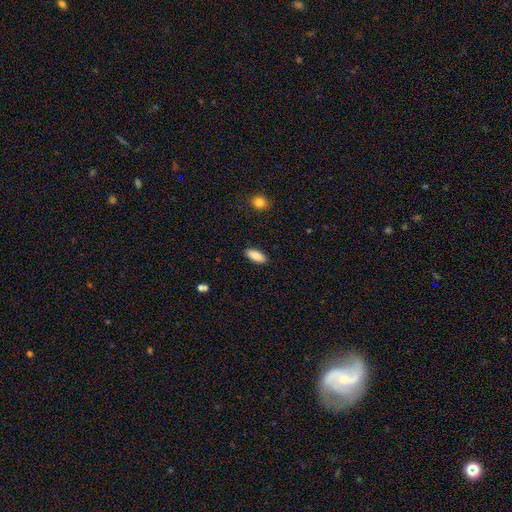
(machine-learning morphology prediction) smooth-or-featured: smooth: 88% | star or artifact: 7% | featured or disk: 5%
  how-rounded: in between: 78% | cigar-shaped: 20% | round: 2%
  merging: none: 89% | minor disturbance: 8% | major disturbance: 2% | merger: 1%